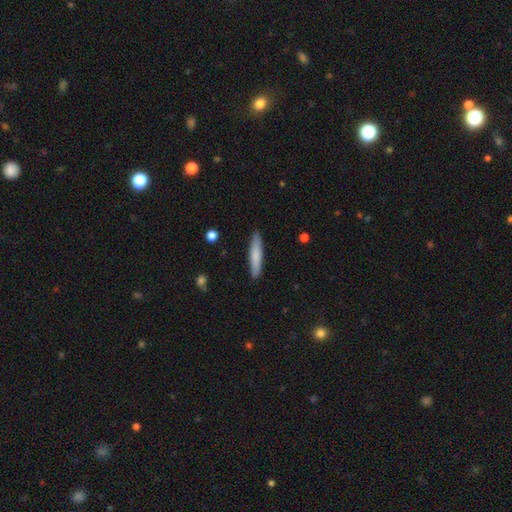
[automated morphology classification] A smooth galaxy with no disk features (75%) that is cigar-shaped (89%). Merging: none (89%).